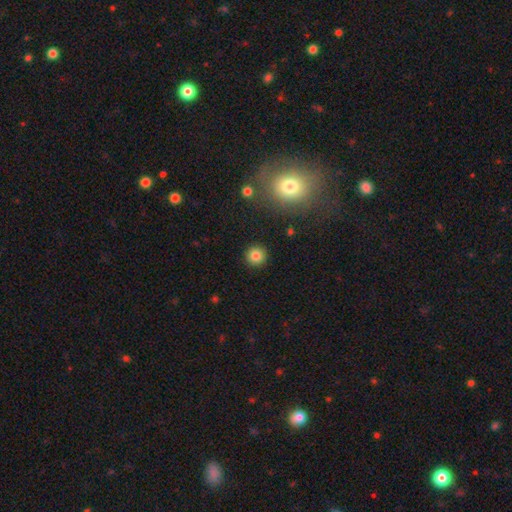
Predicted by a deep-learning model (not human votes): Morphology: type=smooth (83%); roundness=round (94%); merging=none (92%).